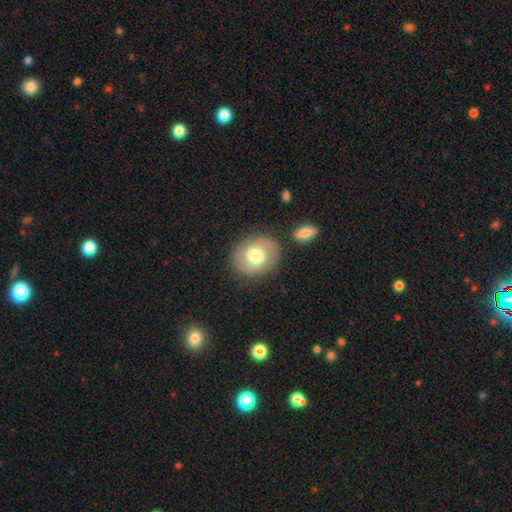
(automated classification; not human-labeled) Morphology: type=smooth (55%); roundness=round (54%); merging=none (78%).